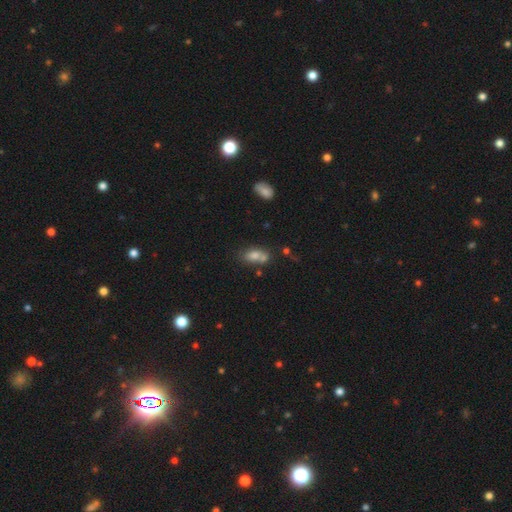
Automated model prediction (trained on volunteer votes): This appears to be a smooth galaxy with no disk features (74%) that is in between round and cigar-shaped (80%). Merging: none (40%).